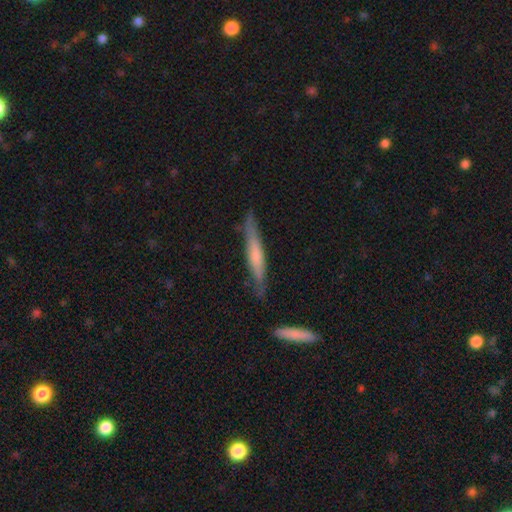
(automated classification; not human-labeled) smooth-or-featured: smooth: 49% | featured or disk: 46% | star or artifact: 5%
  merging: none: 79% | minor disturbance: 15% | major disturbance: 3% | merger: 3%